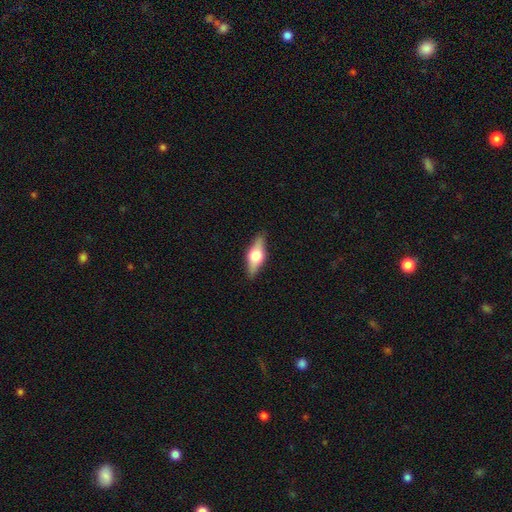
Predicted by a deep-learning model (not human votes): Morphology: type=featured or disk (56%); edge-on=yes (93%); edge-on bulge=rounded (93%); merging=none (87%).